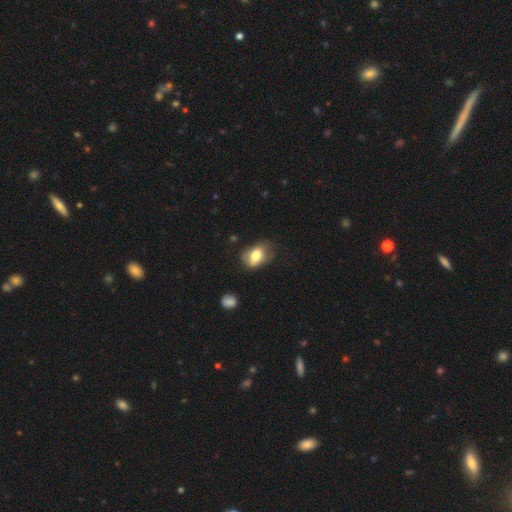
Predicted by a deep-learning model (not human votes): Morphology: type=smooth (72%); roundness=in between (78%); merging=none (51%).